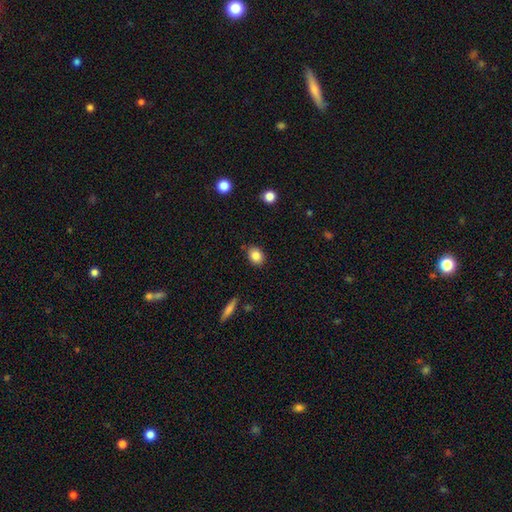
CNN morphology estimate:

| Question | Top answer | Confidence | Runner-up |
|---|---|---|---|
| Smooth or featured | smooth | 84% | star or artifact (9%) |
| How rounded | in between | 56% | round (42%) |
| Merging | none | 85% | minor disturbance (11%) |